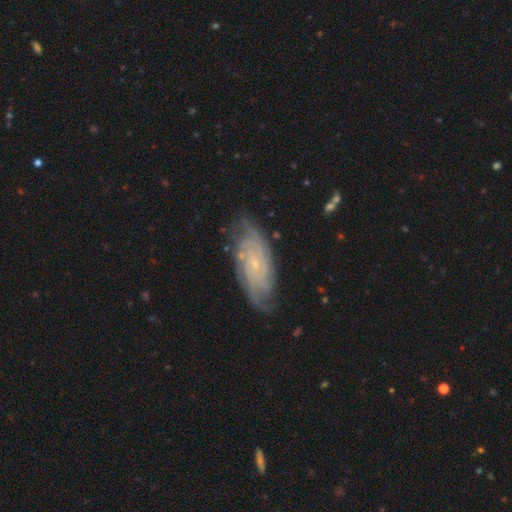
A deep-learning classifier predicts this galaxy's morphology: featured or disk 74%, smooth 17%, star or artifact 9%. Down the decision tree: edge-on disk — no (88%); bar — no (77%); spiral arms — yes (93%); spiral arm count — can't tell (46%); spiral winding — tight (66%); bulge size — small (81%); merging — none (79%).